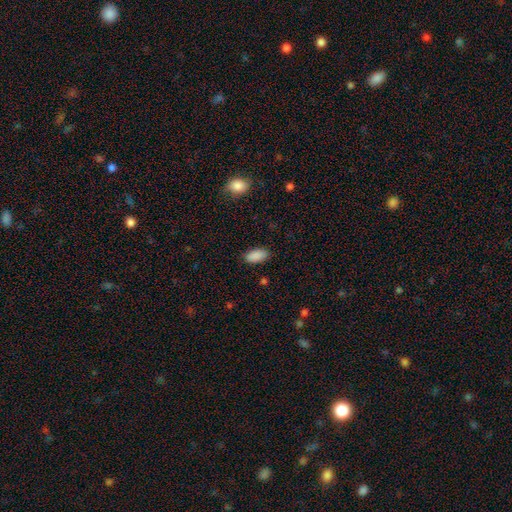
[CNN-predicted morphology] The model was most divided on "merging": none: 86%, minor disturbance: 10%, major disturbance: 3%, merger: 1%. More confident: how rounded — in between (92%); smooth or featured — smooth (89%).